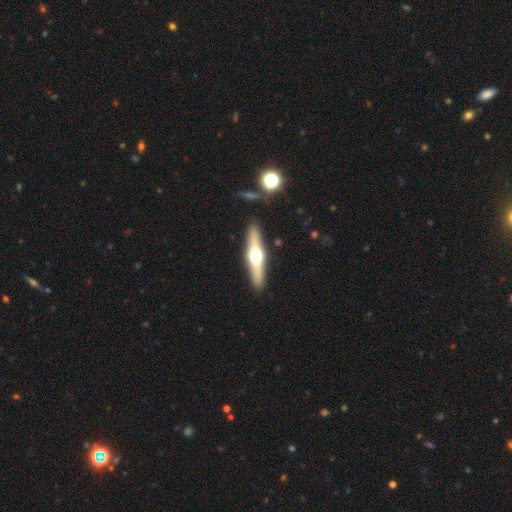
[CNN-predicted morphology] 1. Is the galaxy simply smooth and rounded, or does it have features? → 68% featured or disk, 26% smooth, 6% star or artifact.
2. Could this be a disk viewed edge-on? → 96% yes, 4% no.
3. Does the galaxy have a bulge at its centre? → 96% rounded, 3% boxy, 2% none.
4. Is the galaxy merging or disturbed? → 90% none, 7% minor disturbance, 2% merger, 2% major disturbance.